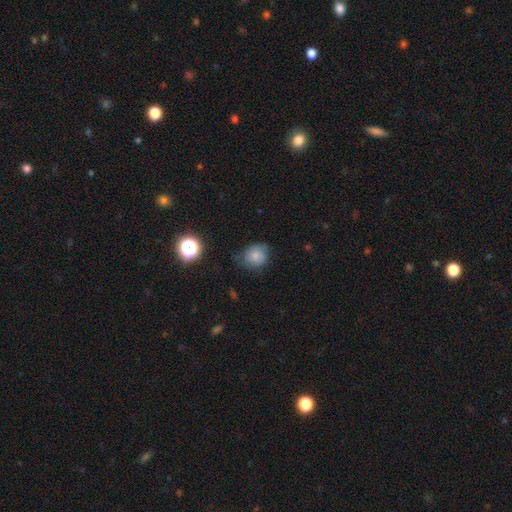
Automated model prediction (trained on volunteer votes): smooth 81%, star or artifact 12%, featured or disk 7%. Down the decision tree: how rounded — round (81%); merging — none (68%).